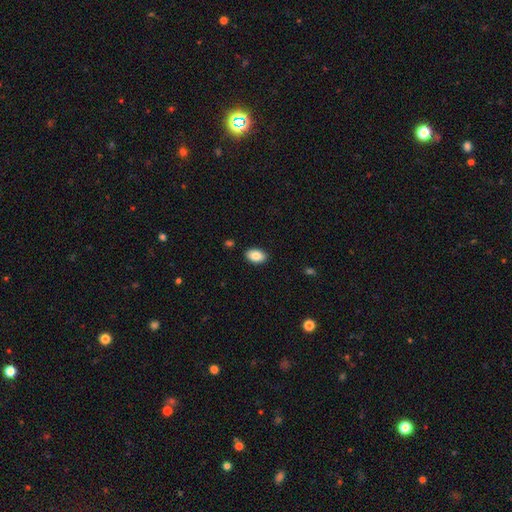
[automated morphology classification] This is clearly a smooth galaxy (84%). How rounded: clearly in between (89%). Merging: clearly none (89%).